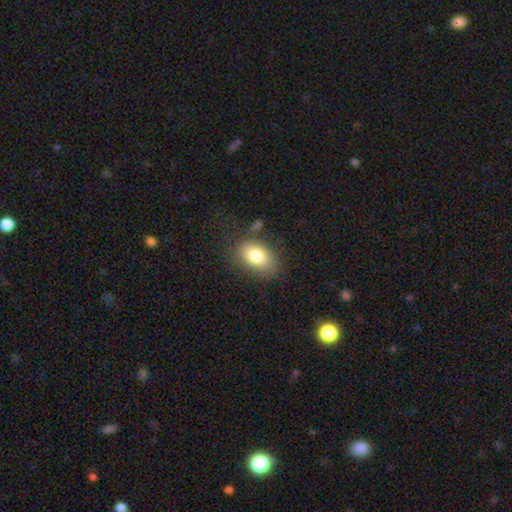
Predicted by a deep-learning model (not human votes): Smooth or featured: smooth — 80% (featured or disk — 11%)
How rounded: in between — 81% (round — 17%)
Merging: none — 75% (minor disturbance — 16%)